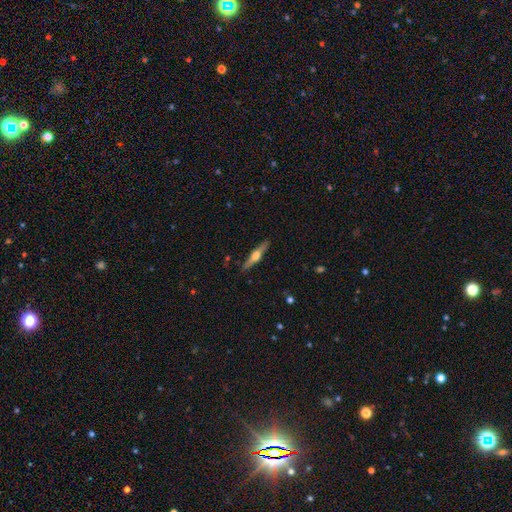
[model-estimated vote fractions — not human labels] Smooth or featured? featured or disk (65%)
Edge-on disk? yes (97%)
Edge-on bulge? rounded (94%)
Merging? none (89%)